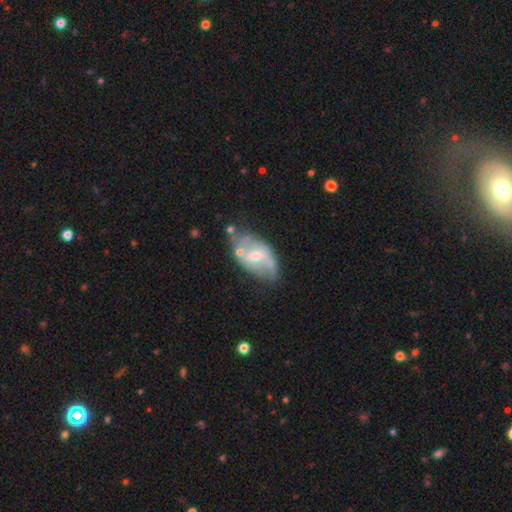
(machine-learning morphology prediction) This appears to be a featured or disk galaxy (70%) with a weak bar (48%), spiral arms (71%) and a moderate central bulge (50%). Merging: none (53%).